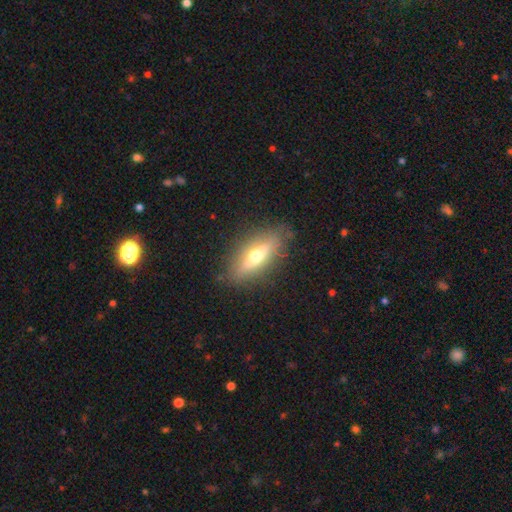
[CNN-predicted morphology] Q: Smooth or featured?
A: smooth (47%); runner-up: featured or disk (45%)
Q: Merging?
A: none (84%); runner-up: minor disturbance (11%)